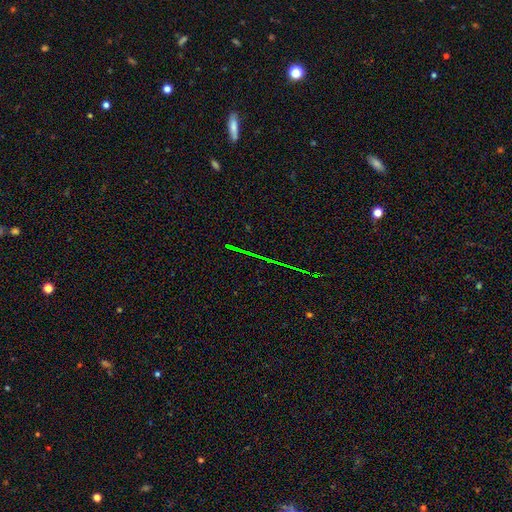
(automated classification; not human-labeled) smooth_or_featured: star or artifact (p=0.79) [alt: featured or disk p=0.13]